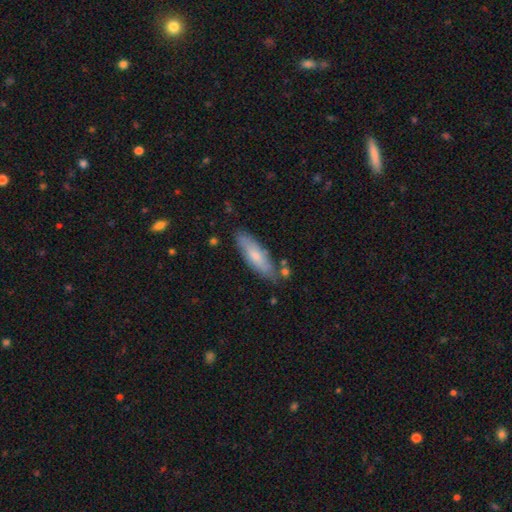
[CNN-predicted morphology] A smooth galaxy with no disk features (69%) that is cigar-shaped (59%).

Vote fractions:
- Smooth or featured? smooth: 69% / featured or disk: 26% / star or artifact: 6%
- How rounded? cigar-shaped: 59% / in between: 40% / round: 2%
- Merging? none: 77% / minor disturbance: 16% / merger: 4% / major disturbance: 3%